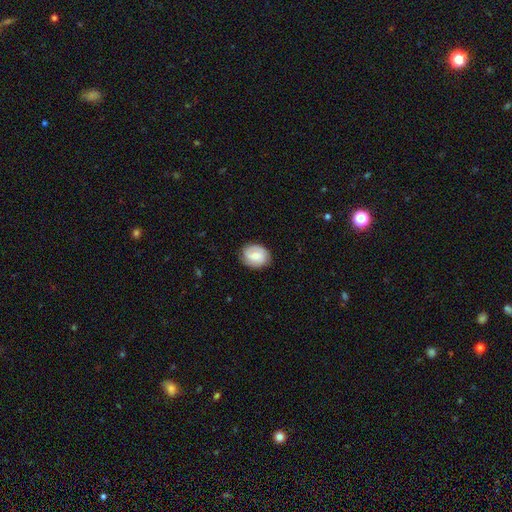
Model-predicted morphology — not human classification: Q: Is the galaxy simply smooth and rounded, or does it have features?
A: smooth — 48%.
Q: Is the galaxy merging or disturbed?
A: none — 81%.